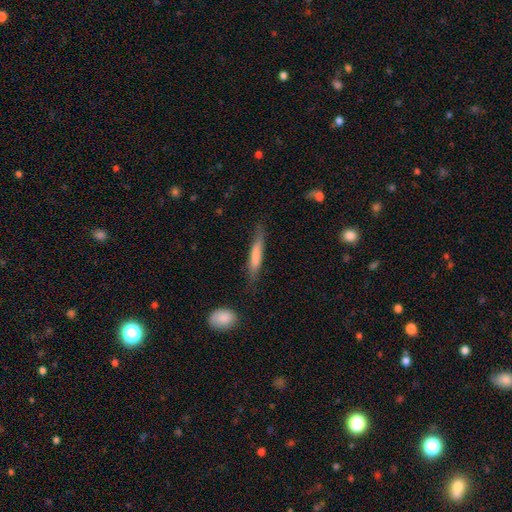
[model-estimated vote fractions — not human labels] A smooth galaxy with no disk features (70%) that is cigar-shaped (91%).

Vote fractions:
- Smooth or featured? smooth: 70% / featured or disk: 25% / star or artifact: 6%
- How rounded? cigar-shaped: 91% / in between: 7% / round: 2%
- Merging? none: 71% / minor disturbance: 21% / major disturbance: 5% / merger: 2%